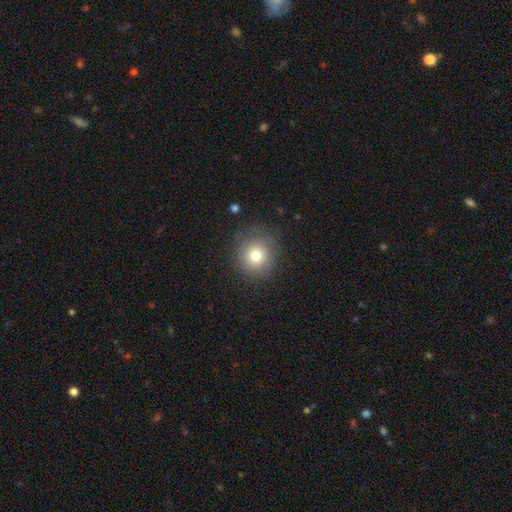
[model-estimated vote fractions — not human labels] This is likely a smooth galaxy (78%). How rounded: clearly round (90%). Merging: clearly none (83%).